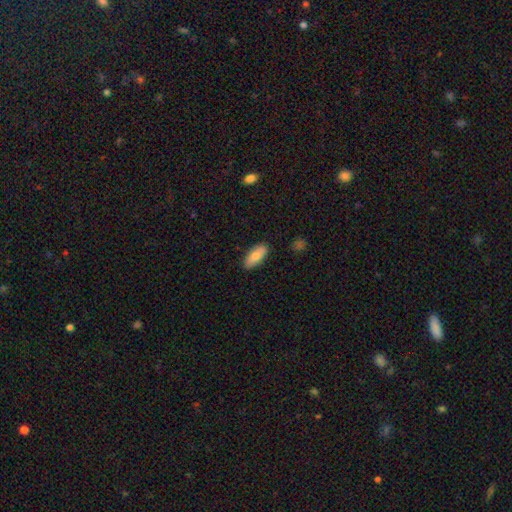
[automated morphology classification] The model was most divided on "smooth or featured": smooth: 79%, featured or disk: 15%, star or artifact: 6%. More confident: merging — none (86%); how rounded — in between (84%).